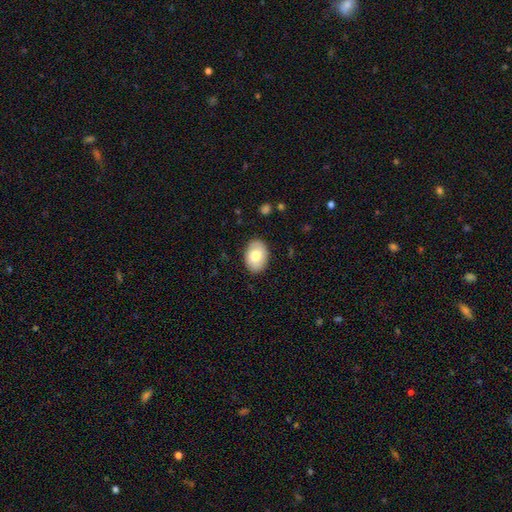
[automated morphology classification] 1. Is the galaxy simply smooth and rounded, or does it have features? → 79% smooth, 15% featured or disk, 6% star or artifact.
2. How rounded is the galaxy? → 84% in between, 15% round, 1% cigar-shaped.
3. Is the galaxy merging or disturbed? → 87% none, 10% minor disturbance, 2% major disturbance, 1% merger.